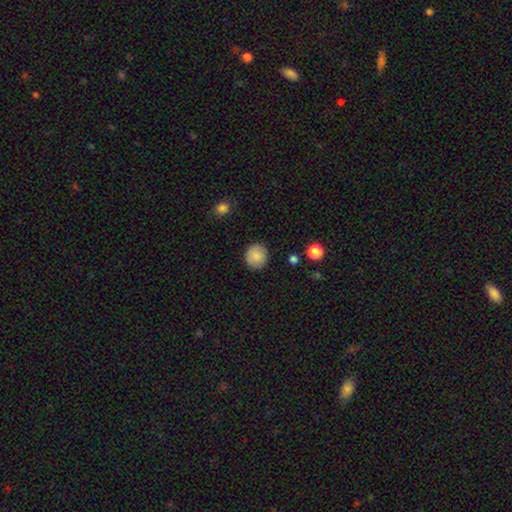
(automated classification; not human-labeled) Smooth or featured? Predicted: smooth (p=0.88). How rounded? Predicted: round (p=0.90). Merging? Predicted: none (p=0.89).